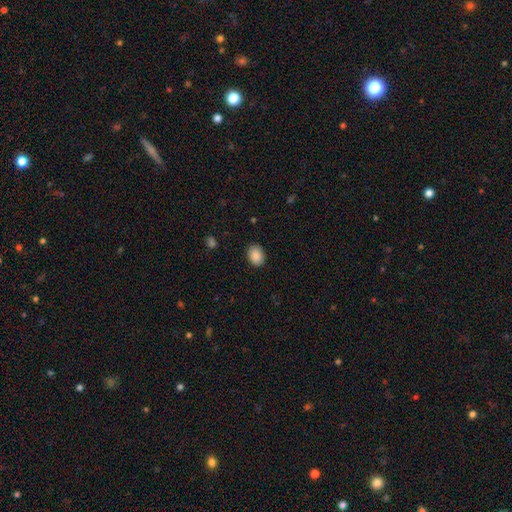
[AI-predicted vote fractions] Smooth or featured: smooth — 89% (star or artifact — 7%)
How rounded: in between — 69% (round — 30%)
Merging: none — 88% (minor disturbance — 9%)